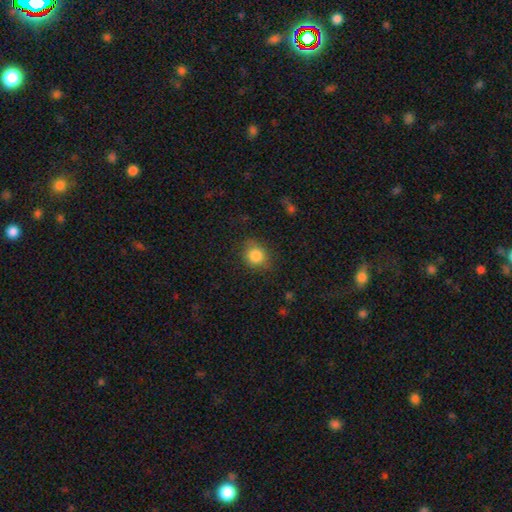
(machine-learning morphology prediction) smooth 85%, star or artifact 9%, featured or disk 5%. Down the decision tree: how rounded — round (76%); merging — none (79%).